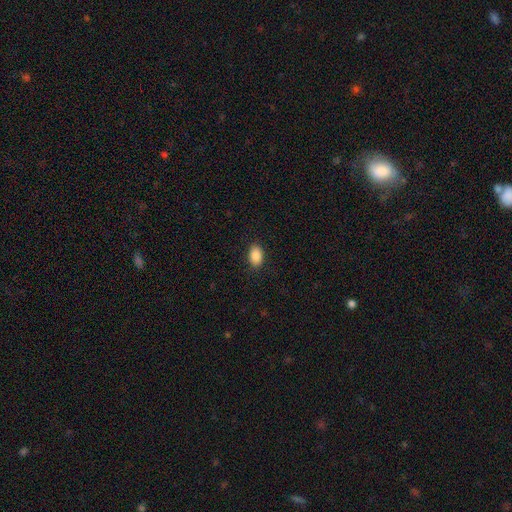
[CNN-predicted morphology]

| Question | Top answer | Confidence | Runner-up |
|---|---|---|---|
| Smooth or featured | smooth | 89% | star or artifact (7%) |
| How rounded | in between | 89% | round (10%) |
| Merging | none | 89% | minor disturbance (8%) |